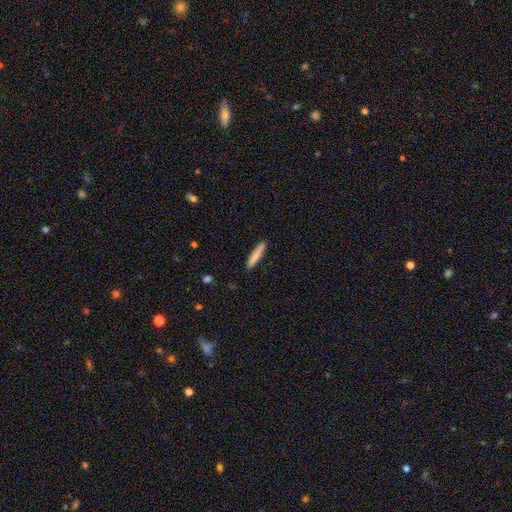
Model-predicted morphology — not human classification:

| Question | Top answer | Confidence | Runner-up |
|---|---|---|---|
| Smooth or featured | smooth | 77% | featured or disk (17%) |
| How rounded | cigar-shaped | 90% | in between (8%) |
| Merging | none | 88% | minor disturbance (9%) |